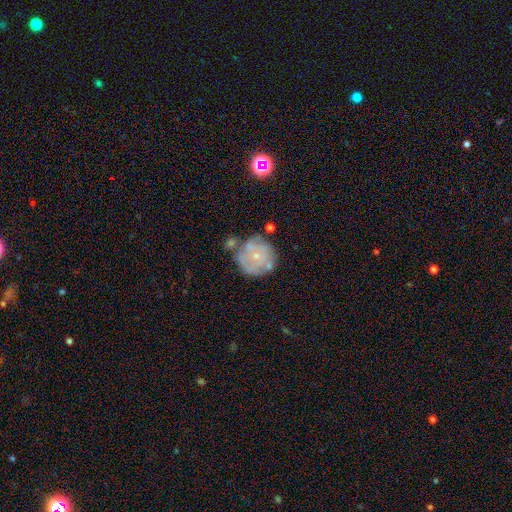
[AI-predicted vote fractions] This appears to be a featured or disk galaxy (59%) with no bar (84%), spiral arms (56%) and a small central bulge (78%). Merging: none (56%).